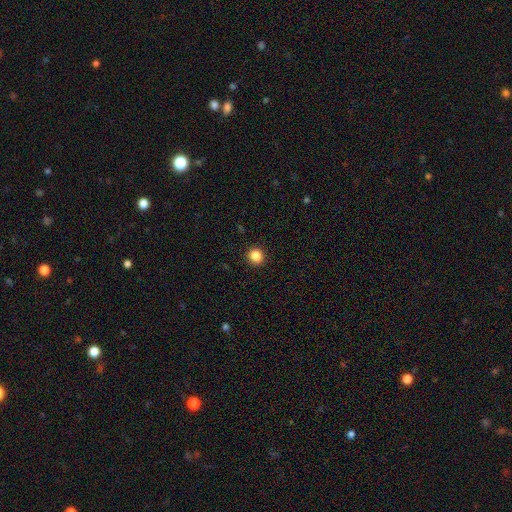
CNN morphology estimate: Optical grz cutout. It shows a smooth galaxy with no disk features (86%) that is round (83%). Merging: none (92%).